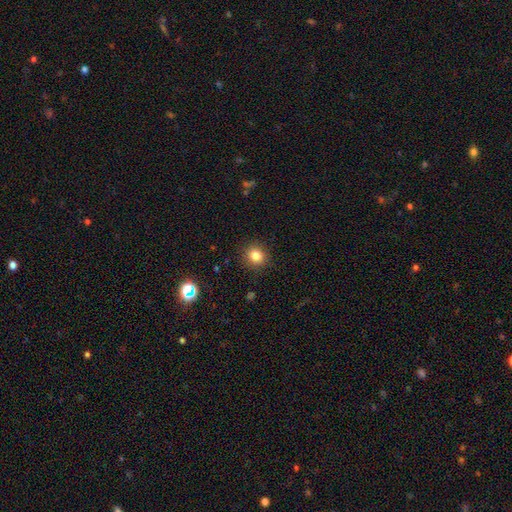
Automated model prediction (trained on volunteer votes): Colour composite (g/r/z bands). It shows a smooth galaxy with no disk features (82%) that is round (82%). Merging: none (90%).